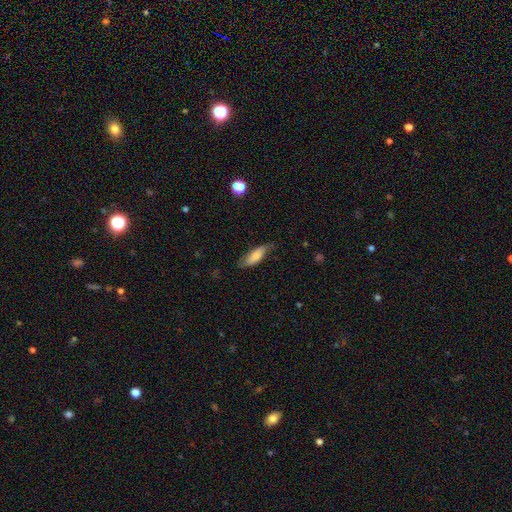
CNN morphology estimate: A smooth galaxy with no disk features (71%) that is in between round and cigar-shaped (66%). Merging: none (67%).